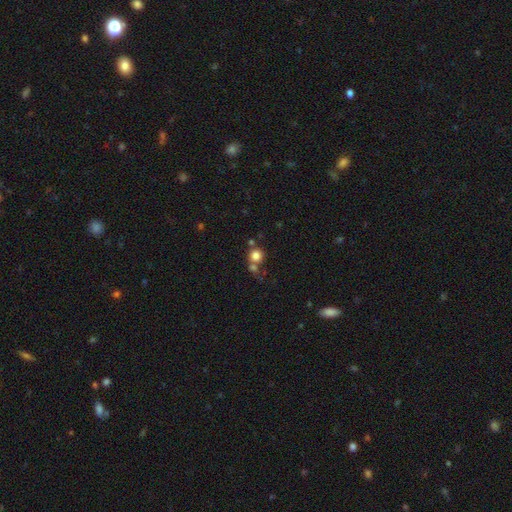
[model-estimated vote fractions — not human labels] This appears to be a smooth galaxy with no disk features (79%) that is round (90%). Merging: none (56%).